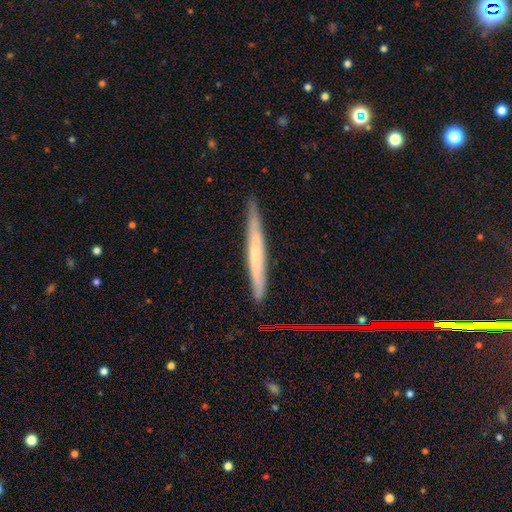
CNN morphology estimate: smooth_or_featured: featured or disk (p=0.52) [alt: smooth p=0.41]
disk_edge_on: yes (p=0.94) [alt: no p=0.06]
merging: none (p=0.87) [alt: minor disturbance p=0.11]